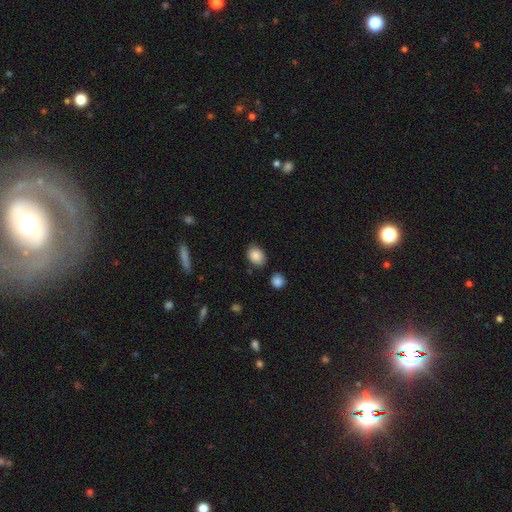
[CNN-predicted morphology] A smooth galaxy with no disk features (87%) that is in between round and cigar-shaped (74%). Merging: none (79%).